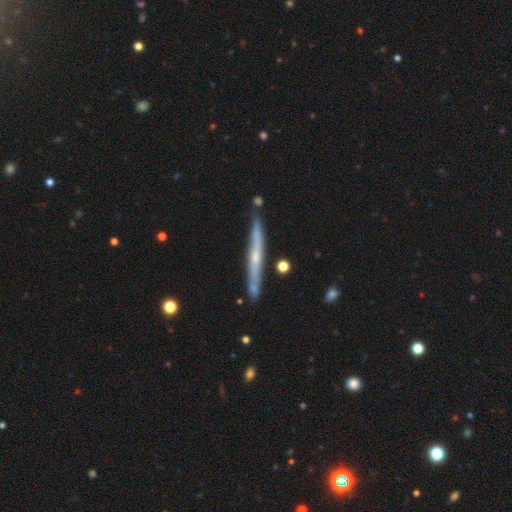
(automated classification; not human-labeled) smooth-or-featured: featured or disk: 66% | smooth: 28% | star or artifact: 6%
  disk-edge-on: yes: 94% | no: 6%
    edge-on-bulge: none: 49% | rounded: 46% | boxy: 5%
  merging: none: 81% | minor disturbance: 13% | merger: 4% | major disturbance: 2%